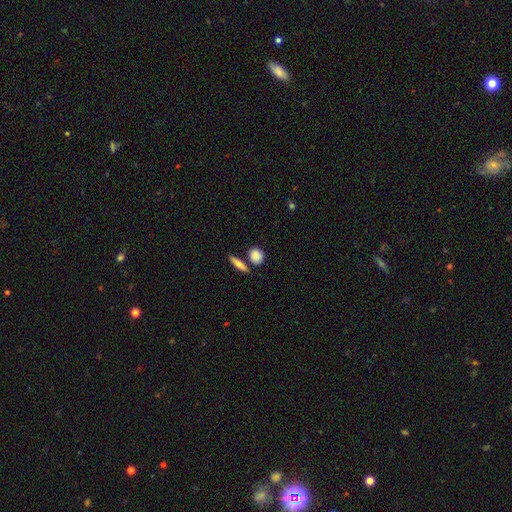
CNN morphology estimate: The model was most divided on "how rounded": round: 57%, in between: 36%, cigar-shaped: 7%. More confident: smooth or featured — smooth (85%); merging — none (72%).